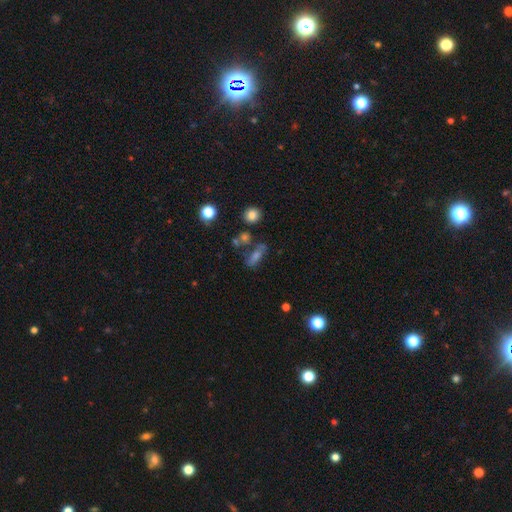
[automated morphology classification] Smooth or featured? Predicted: smooth (p=0.46). Merging? Predicted: none (p=0.59).